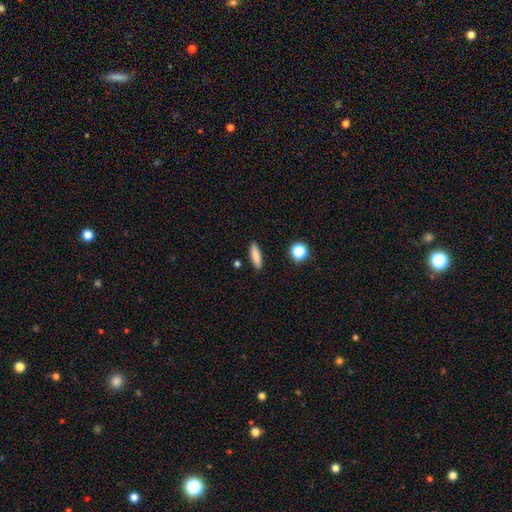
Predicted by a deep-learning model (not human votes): A smooth galaxy with no disk features (83%) that is cigar-shaped (65%).

Vote fractions:
- Smooth or featured? smooth: 83% / featured or disk: 9% / star or artifact: 8%
- How rounded? cigar-shaped: 65% / in between: 32% / round: 3%
- Merging? none: 89% / minor disturbance: 7% / merger: 2% / major disturbance: 2%